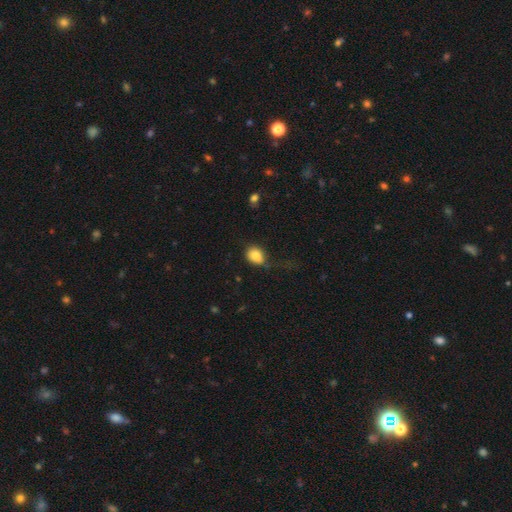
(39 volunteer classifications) Smooth or featured? 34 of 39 (87%) said smooth. How rounded? 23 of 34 (68%) said in between. Merging? 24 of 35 (69%) said none.